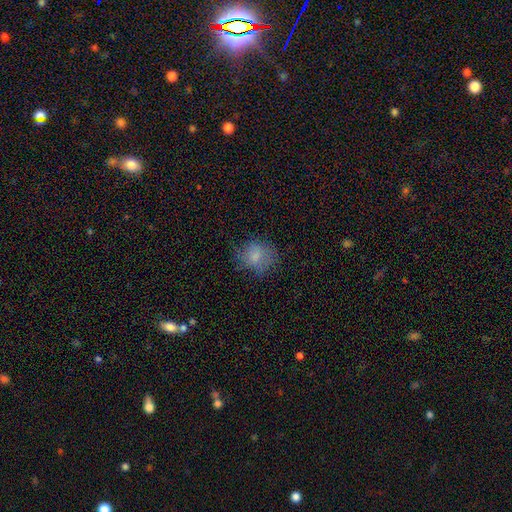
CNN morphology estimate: Smooth or featured: smooth — 73% (featured or disk — 16%)
How rounded: round — 67% (in between — 32%)
Merging: none — 61% (minor disturbance — 23%)